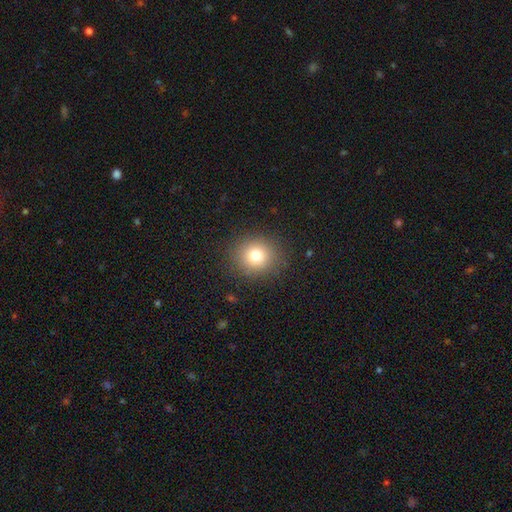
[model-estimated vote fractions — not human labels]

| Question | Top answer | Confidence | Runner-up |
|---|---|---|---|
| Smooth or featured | smooth | 78% | star or artifact (13%) |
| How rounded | round | 85% | in between (14%) |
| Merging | none | 88% | minor disturbance (8%) |